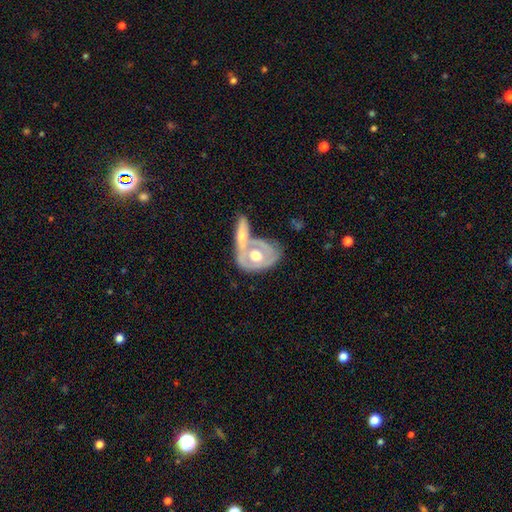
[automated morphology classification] A featured or disk galaxy (65%) with no bar (85%), no spiral arms (66%) and a moderate central bulge (74%).

Vote fractions:
- Smooth or featured? featured or disk: 65% / smooth: 31% / star or artifact: 5%
- Edge-on disk? no: 86% / yes: 14%
- Bar? no: 85% / weak: 12% / strong: 3%
- Spiral arms? no: 66% / yes: 34%
- Bulge size? moderate: 74% / large: 17% / small: 6% / dominant: 1% / none: 1%
- Merging? merger: 49% / none: 29% / minor disturbance: 13% / major disturbance: 9%